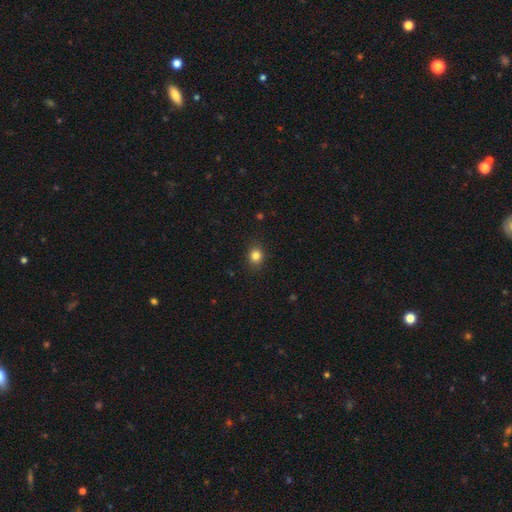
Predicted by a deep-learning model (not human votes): smooth-or-featured: smooth: 82% | star or artifact: 12% | featured or disk: 6%
  how-rounded: round: 70% | in between: 29% | cigar-shaped: 1%
  merging: none: 89% | minor disturbance: 8% | major disturbance: 2% | merger: 1%